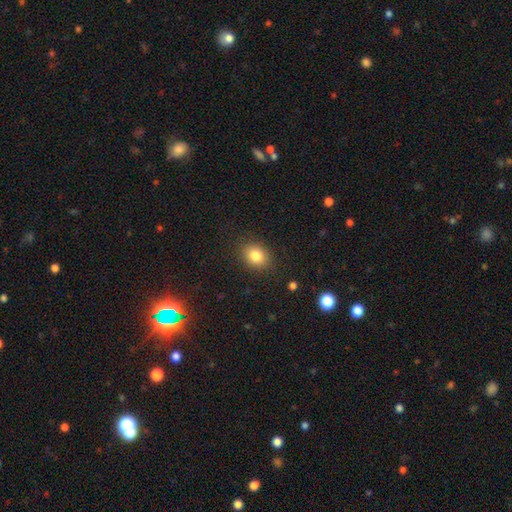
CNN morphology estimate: This is clearly a smooth galaxy (83%). How rounded: possibly in between (52%). Merging: clearly none (85%).